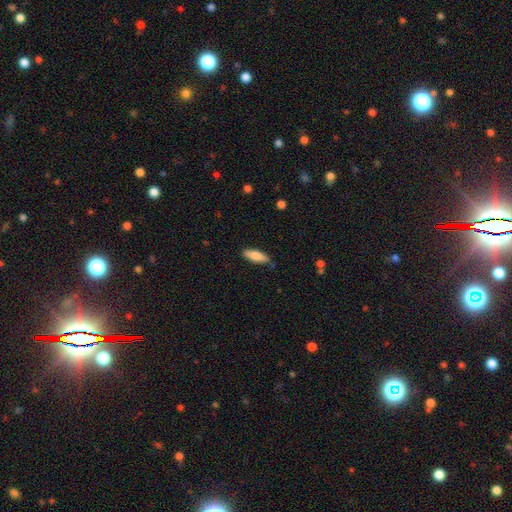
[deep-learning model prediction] Q: Smooth or featured?
A: smooth (81%); runner-up: featured or disk (13%)
Q: How rounded?
A: in between (59%); runner-up: cigar-shaped (40%)
Q: Merging?
A: none (80%); runner-up: minor disturbance (16%)